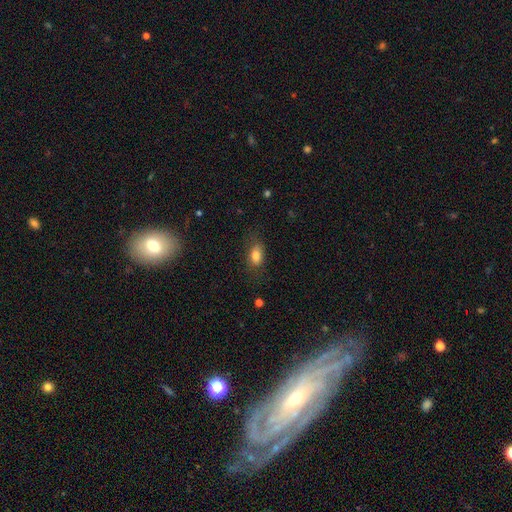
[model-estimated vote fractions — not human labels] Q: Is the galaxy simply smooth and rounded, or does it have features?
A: smooth — 81%.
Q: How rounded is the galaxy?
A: in between — 84%.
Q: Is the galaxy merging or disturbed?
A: none — 74%.